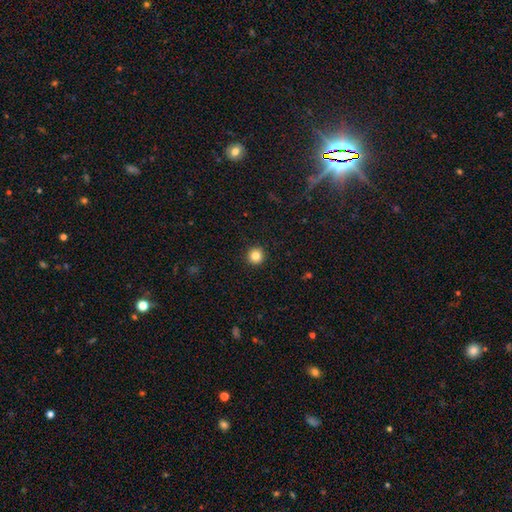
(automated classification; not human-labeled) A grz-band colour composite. It shows a smooth galaxy with no disk features (84%) that is round (96%). Merging: none (94%).